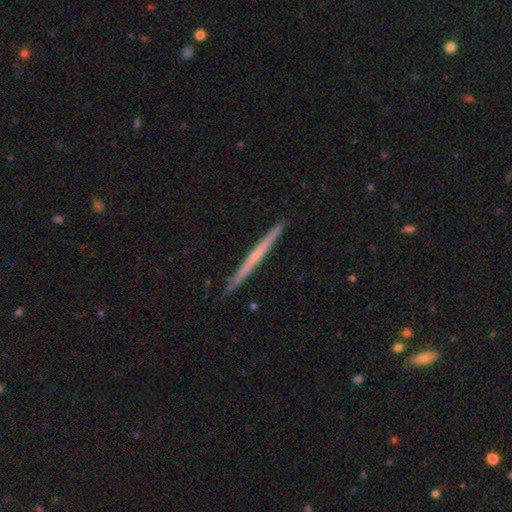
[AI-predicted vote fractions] The model was most divided on "smooth or featured": featured or disk: 56%, smooth: 39%, star or artifact: 5%. More confident: edge-on disk — yes (98%); merging — none (92%); edge-on bulge — none (81%).